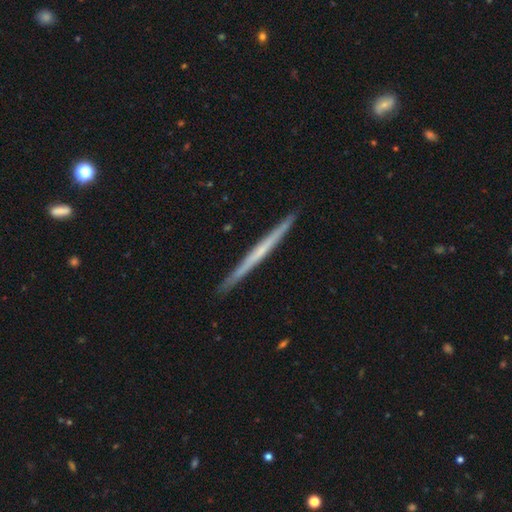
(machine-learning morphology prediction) Smooth or featured? Predicted: featured or disk (p=0.63). Edge-on disk? Predicted: yes (p=0.98). Edge-on bulge? Predicted: none (p=0.77). Merging? Predicted: none (p=0.92).